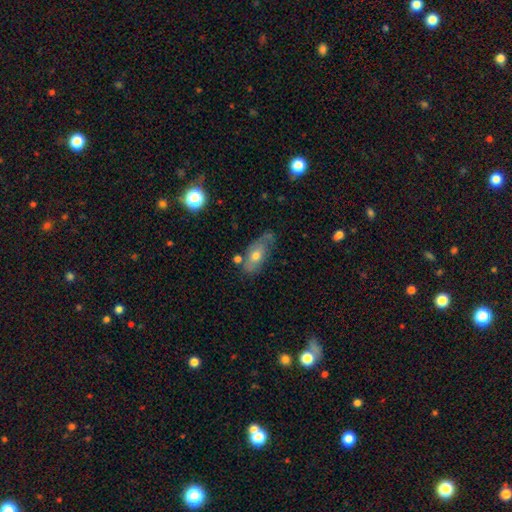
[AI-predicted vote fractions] This appears to be a smooth galaxy with no disk features (60%) that is in between round and cigar-shaped (83%). Merging: none (54%).